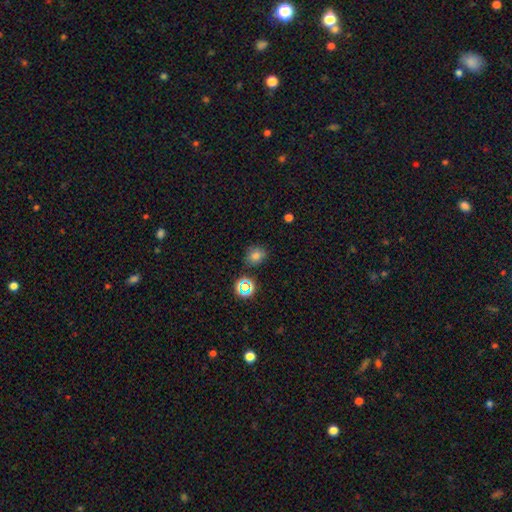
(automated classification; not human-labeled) smooth-or-featured: smooth: 73% | star or artifact: 20% | featured or disk: 7%
  how-rounded: round: 71% | in between: 28% | cigar-shaped: 1%
  merging: none: 80% | minor disturbance: 13% | merger: 4% | major disturbance: 4%